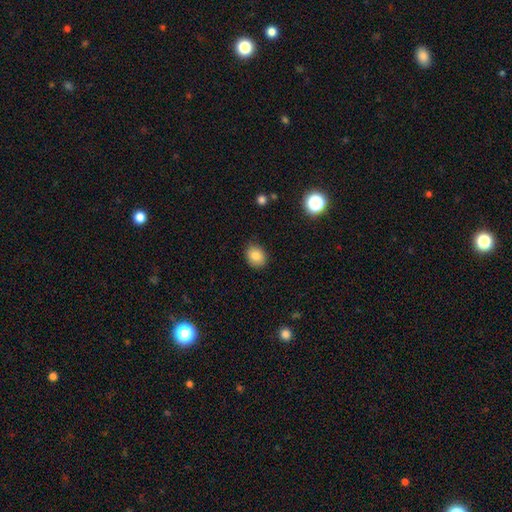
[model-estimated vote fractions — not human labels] smooth_or_featured: smooth (p=0.84) [alt: star or artifact p=0.10]
how_rounded: in between (p=0.52) [alt: round p=0.47]
merging: none (p=0.84) [alt: minor disturbance p=0.12]